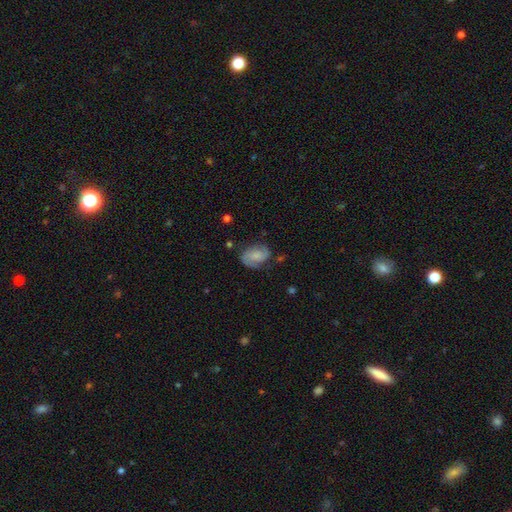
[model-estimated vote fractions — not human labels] Smooth or featured? Predicted: featured or disk (p=0.55). Edge-on disk? Predicted: no (p=0.97). Bar? Predicted: no (p=0.62). Spiral arms? Predicted: yes (p=0.89). Bulge size? Predicted: small (p=0.47). Merging? Predicted: none (p=0.66).